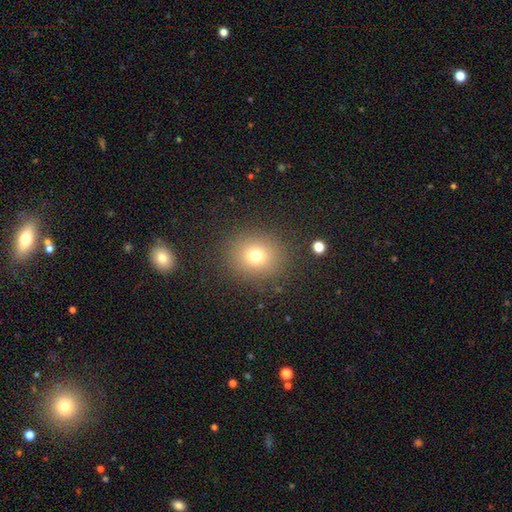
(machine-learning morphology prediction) smooth-or-featured: smooth: 73% | star or artifact: 17% | featured or disk: 10%
  how-rounded: round: 80% | in between: 19% | cigar-shaped: 1%
  merging: none: 87% | minor disturbance: 8% | major disturbance: 4% | merger: 2%